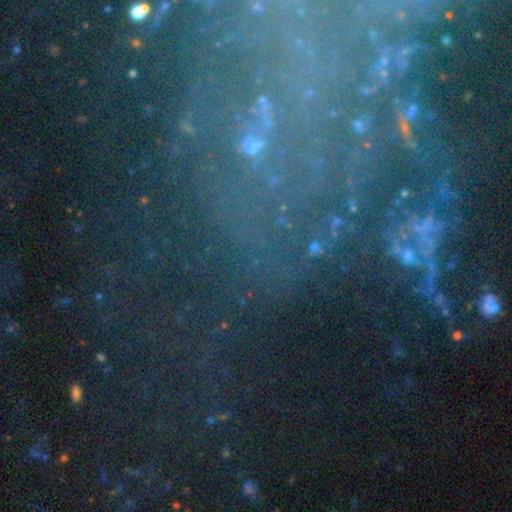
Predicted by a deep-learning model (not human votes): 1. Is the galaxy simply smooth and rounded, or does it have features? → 50% star or artifact, 33% featured or disk, 17% smooth.